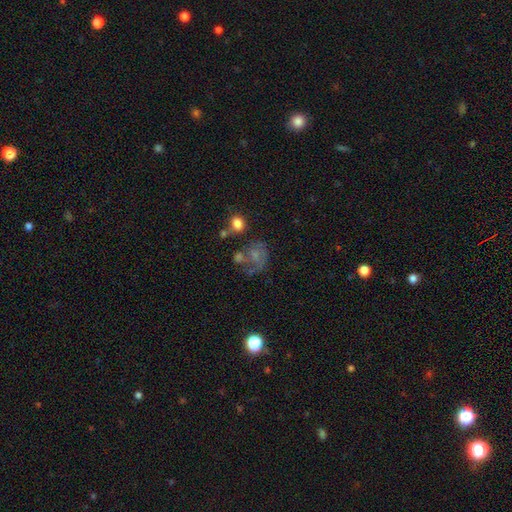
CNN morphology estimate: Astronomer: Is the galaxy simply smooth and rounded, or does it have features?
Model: featured or disk — 44% (runner-up: smooth, 40%).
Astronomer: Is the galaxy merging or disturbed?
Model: none — 32%, tied with major disturbance at 32%.